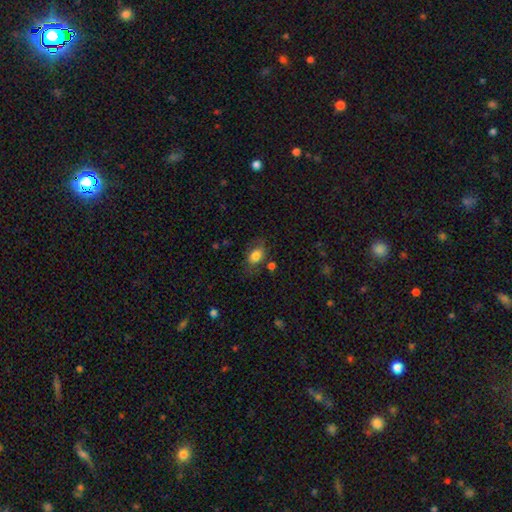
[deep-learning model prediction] Overall: smooth (79%). How rounded: in between (82%). Merging: none (63%).